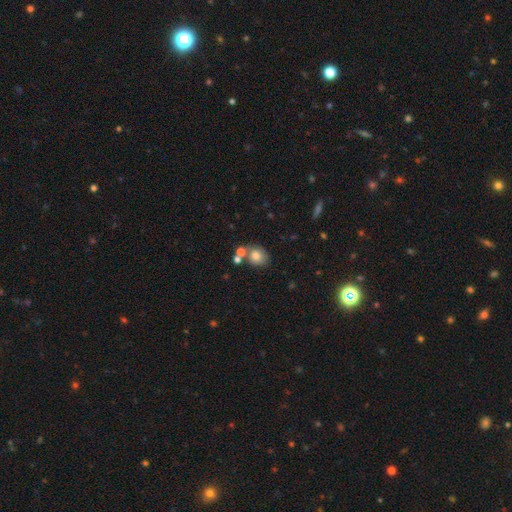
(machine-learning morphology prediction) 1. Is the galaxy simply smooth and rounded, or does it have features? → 76% smooth, 13% featured or disk, 11% star or artifact.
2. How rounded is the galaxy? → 62% round, 37% in between, 1% cigar-shaped.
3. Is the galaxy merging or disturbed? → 55% none, 25% merger, 15% minor disturbance, 6% major disturbance.